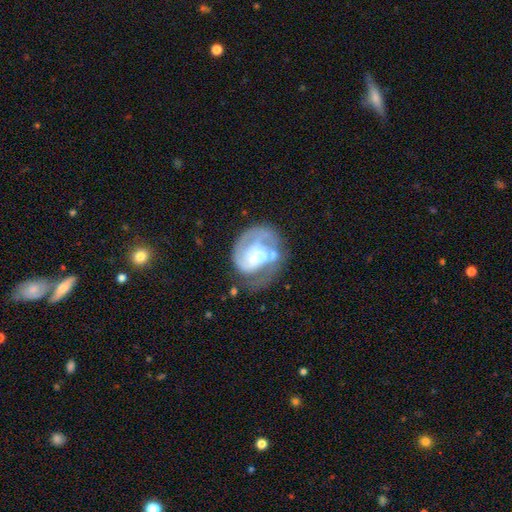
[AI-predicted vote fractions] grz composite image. It shows a featured or disk galaxy (76%) with no bar (56%), 2 (42%) tight (46%) spiral arms (86%) and a small central bulge (29%). Merging: none (41%).